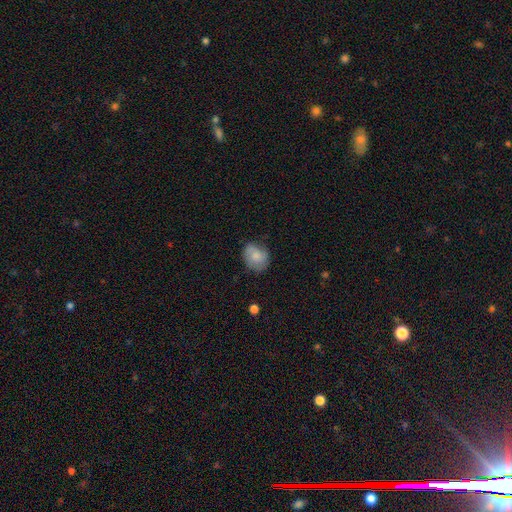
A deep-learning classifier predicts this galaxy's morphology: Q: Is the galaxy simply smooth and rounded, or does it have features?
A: smooth — 70%.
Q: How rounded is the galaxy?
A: round — 51%.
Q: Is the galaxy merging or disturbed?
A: none — 65%.